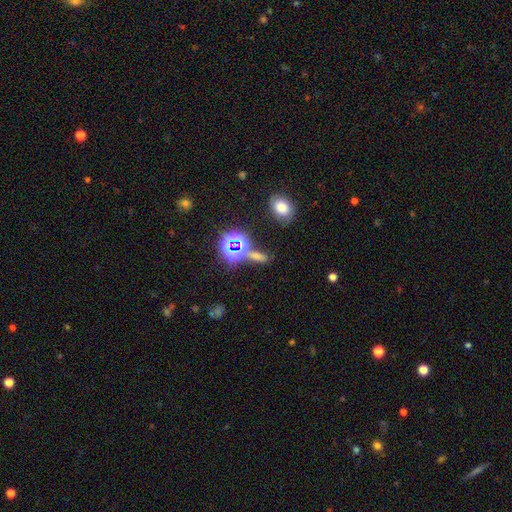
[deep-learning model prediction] The model was most divided on "smooth or featured": star or artifact: 51%, smooth: 36%, featured or disk: 13%.